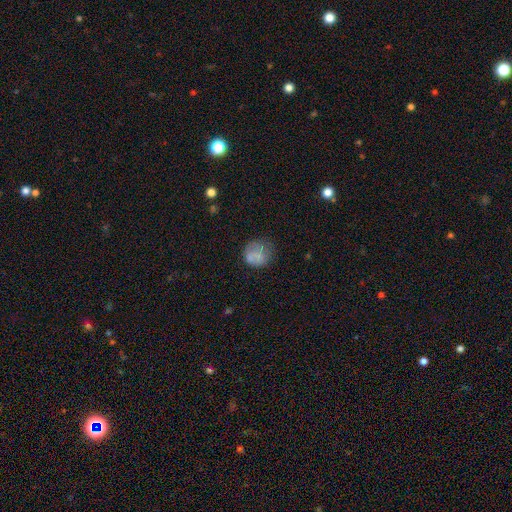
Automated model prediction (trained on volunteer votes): Morphology: type=smooth (69%); roundness=round (79%); merging=none (53%).